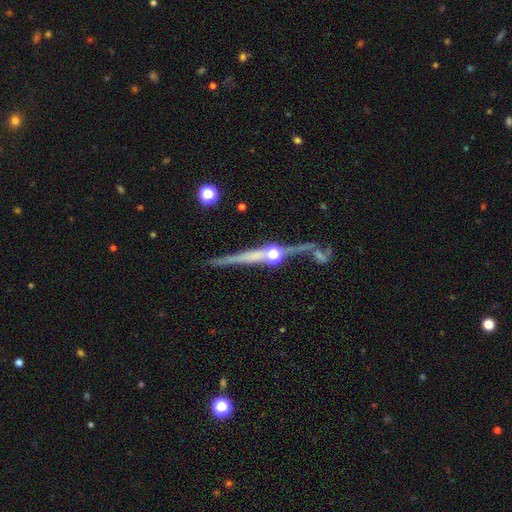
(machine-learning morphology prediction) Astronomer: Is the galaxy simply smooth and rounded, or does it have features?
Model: featured or disk — 73%.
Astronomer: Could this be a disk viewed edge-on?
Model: yes — 94%.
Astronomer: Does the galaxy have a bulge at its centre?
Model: rounded — 66%.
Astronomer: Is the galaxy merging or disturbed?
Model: none — 68%.